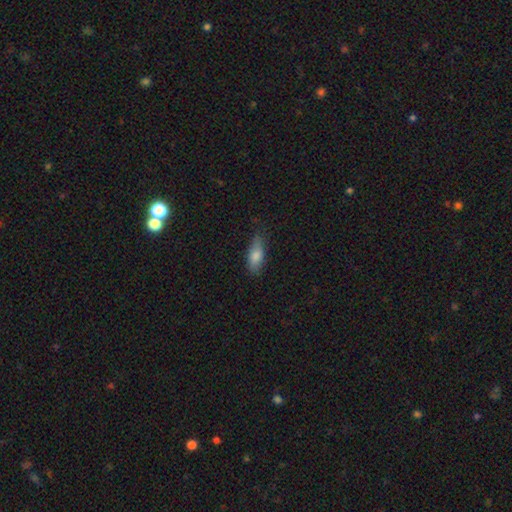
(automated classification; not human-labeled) This appears to be a smooth galaxy with no disk features (78%) that is in between round and cigar-shaped (73%). Merging: none (74%).